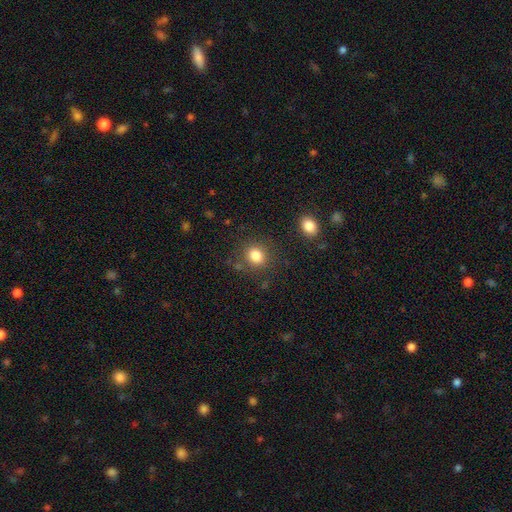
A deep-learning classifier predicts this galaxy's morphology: Smooth or featured?
  - smooth: 84% *
  - star or artifact: 11%
  - featured or disk: 6%
How rounded?
  - round: 72% *
  - in between: 27%
  - cigar-shaped: 1%
Merging?
  - none: 81% *
  - minor disturbance: 11%
  - major disturbance: 4%
  - merger: 4%